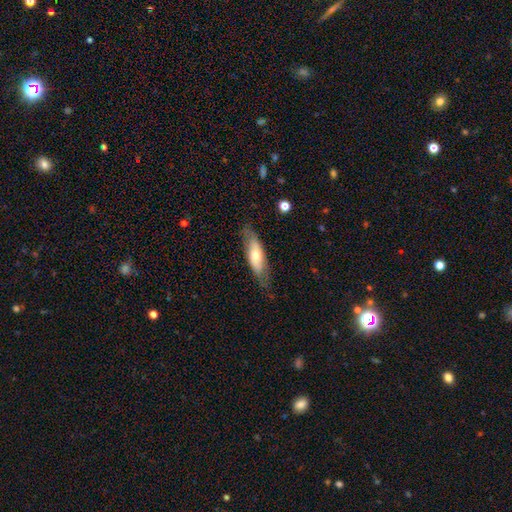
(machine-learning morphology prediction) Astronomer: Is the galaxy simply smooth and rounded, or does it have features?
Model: smooth — 56% (runner-up: featured or disk, 38%).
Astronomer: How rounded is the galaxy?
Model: in between — 59% (runner-up: cigar-shaped, 39%).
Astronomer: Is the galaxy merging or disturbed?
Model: none — 71%.